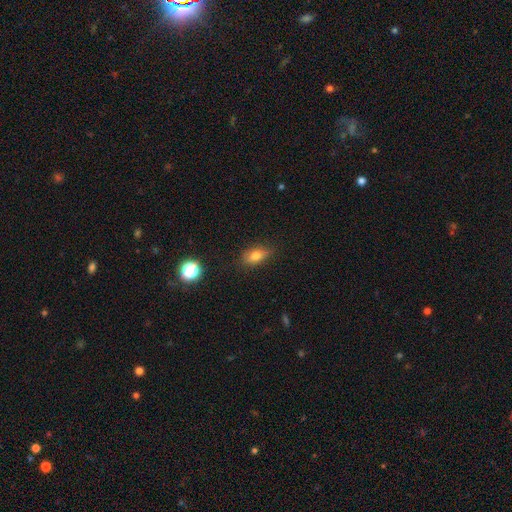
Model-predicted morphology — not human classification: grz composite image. It shows a smooth galaxy with no disk features (76%) that is in between round and cigar-shaped (80%). Merging: none (78%).